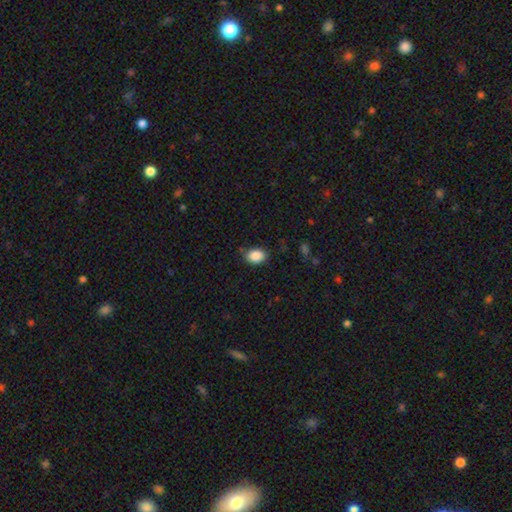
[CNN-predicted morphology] This appears to be a smooth galaxy with no disk features (88%) that is in between round and cigar-shaped (71%). Merging: none (81%).